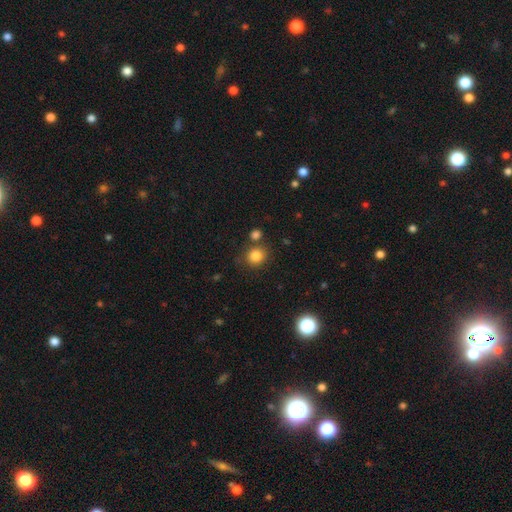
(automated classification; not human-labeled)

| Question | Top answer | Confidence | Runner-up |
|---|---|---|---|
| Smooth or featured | smooth | 84% | star or artifact (11%) |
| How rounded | round | 85% | in between (14%) |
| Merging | none | 76% | merger (11%) |